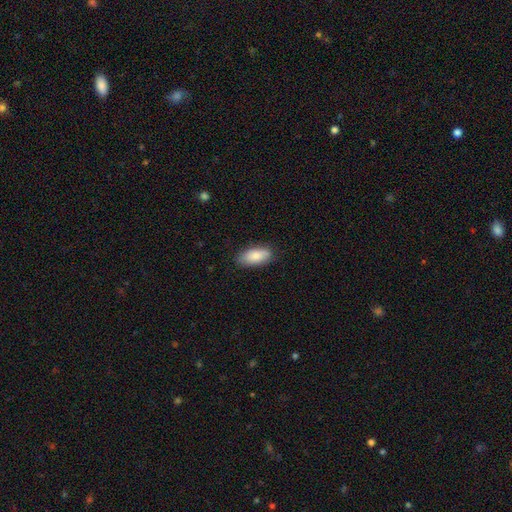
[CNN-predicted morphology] Overall: smooth (84%). How rounded: in between (90%). Merging: none (82%).